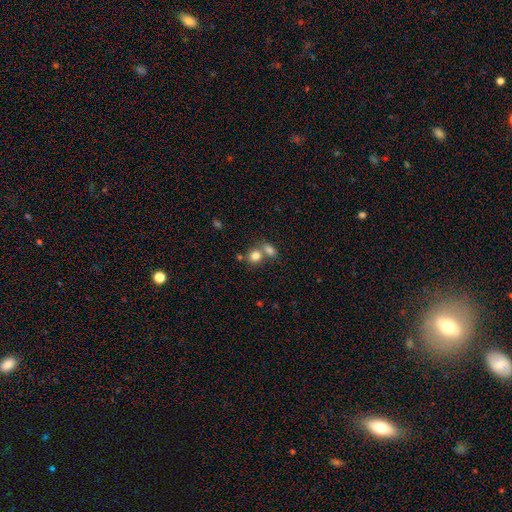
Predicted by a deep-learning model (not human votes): Smooth or featured? Predicted: smooth (p=0.80). How rounded? Predicted: round (p=0.71). Merging? Predicted: merger (p=0.47).